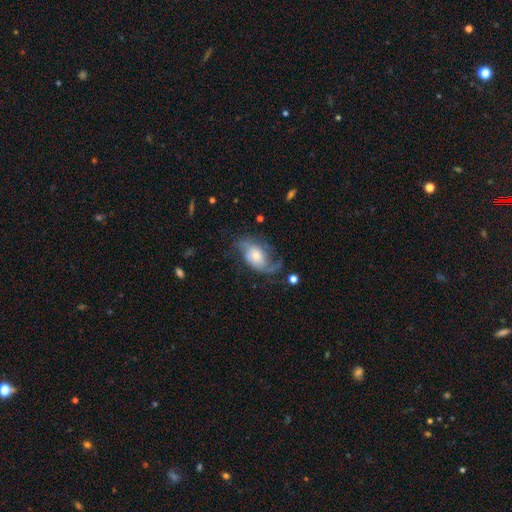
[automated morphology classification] smooth-or-featured: featured or disk: 73% | smooth: 20% | star or artifact: 7%
  disk-edge-on: no: 96% | yes: 4%
    bar: no: 65% | weak: 28% | strong: 7%
    has-spiral-arms: yes: 91% | no: 9%
      spiral-winding: loose: 54% | medium: 35% | tight: 11%
      spiral-arm-count: 2: 77% | 1: 9% | can't tell: 8% | 3: 4% | 4: 2% | more than 4: 1%
    bulge-size: moderate: 51% | small: 30% | large: 13% | none: 3% | dominant: 2%
  merging: none: 51% | major disturbance: 23% | minor disturbance: 23% | merger: 3%